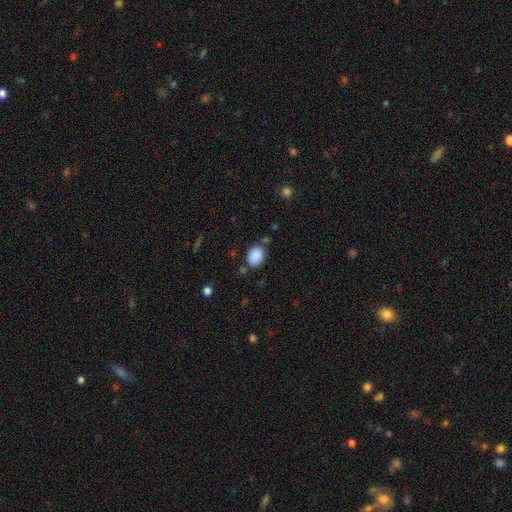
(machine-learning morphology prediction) A smooth galaxy with no disk features (88%) that is in between round and cigar-shaped (69%).

Vote fractions:
- Smooth or featured? smooth: 88% / star or artifact: 8% / featured or disk: 4%
- How rounded? in between: 69% / round: 30% / cigar-shaped: 1%
- Merging? none: 75% / minor disturbance: 16% / merger: 5% / major disturbance: 4%